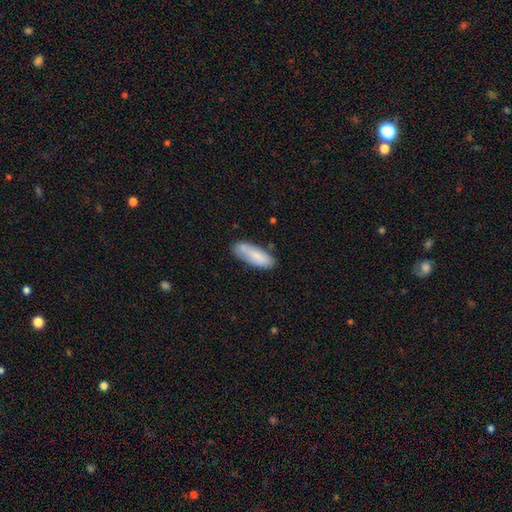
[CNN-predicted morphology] Smooth or featured?
  - smooth: 79% *
  - featured or disk: 15%
  - star or artifact: 6%
How rounded?
  - in between: 67% *
  - cigar-shaped: 31%
  - round: 2%
Merging?
  - none: 71% *
  - minor disturbance: 20%
  - merger: 5%
  - major disturbance: 4%